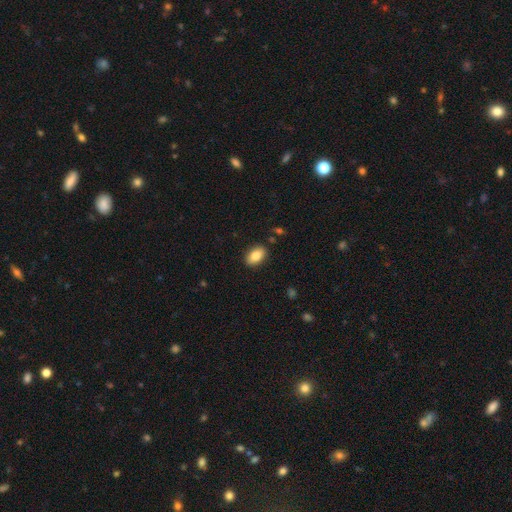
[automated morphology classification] Smooth or featured: smooth — 86% (star or artifact — 7%)
How rounded: in between — 91% (round — 7%)
Merging: none — 88% (minor disturbance — 9%)